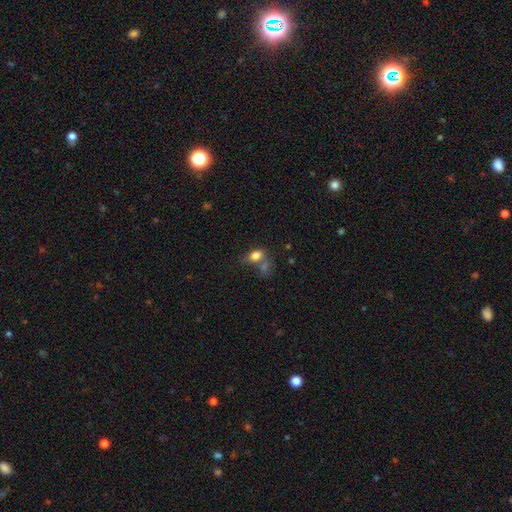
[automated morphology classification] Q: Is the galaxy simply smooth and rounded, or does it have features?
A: smooth — 77%.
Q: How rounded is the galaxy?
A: in between — 80%.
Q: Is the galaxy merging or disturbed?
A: none — 35%.